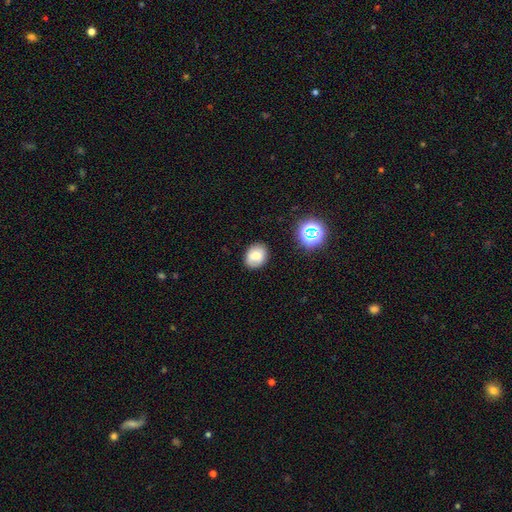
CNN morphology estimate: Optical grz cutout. It shows a smooth galaxy with no disk features (77%) that is in between round and cigar-shaped (50%). Merging: none (83%).